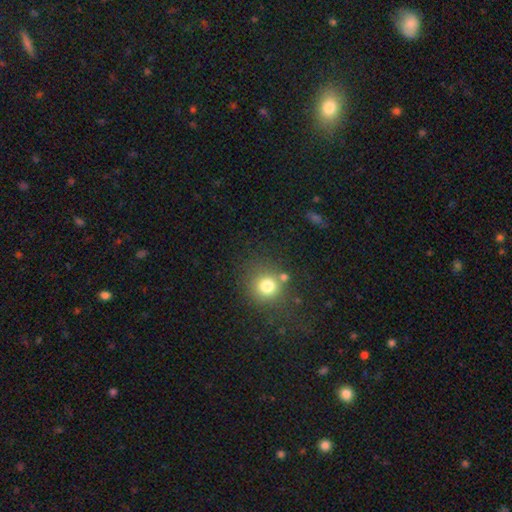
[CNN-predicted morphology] Smooth or featured? Predicted: smooth (p=0.64). How rounded? Predicted: round (p=0.86). Merging? Predicted: none (p=0.76).